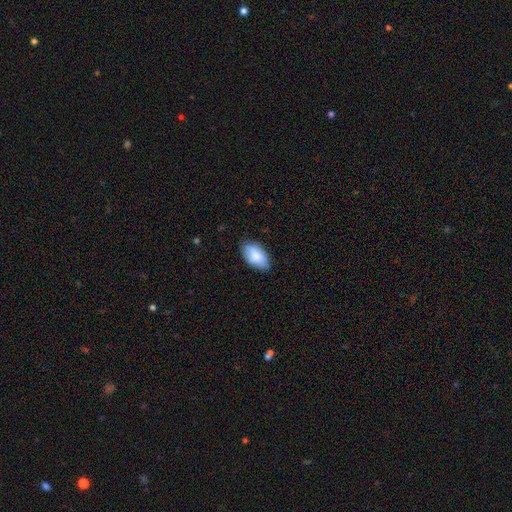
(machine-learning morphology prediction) smooth-or-featured: smooth: 85% | featured or disk: 9% | star or artifact: 6%
  how-rounded: in between: 94% | round: 3% | cigar-shaped: 2%
  merging: none: 79% | minor disturbance: 17% | major disturbance: 3% | merger: 1%